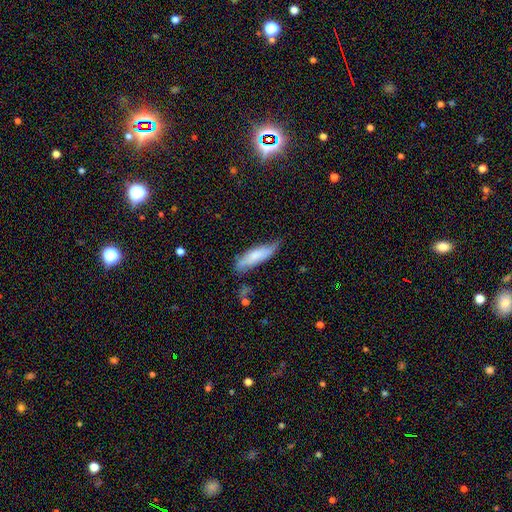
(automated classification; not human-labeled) Smooth or featured? smooth (71%)
How rounded? cigar-shaped (61%)
Merging? none (58%)